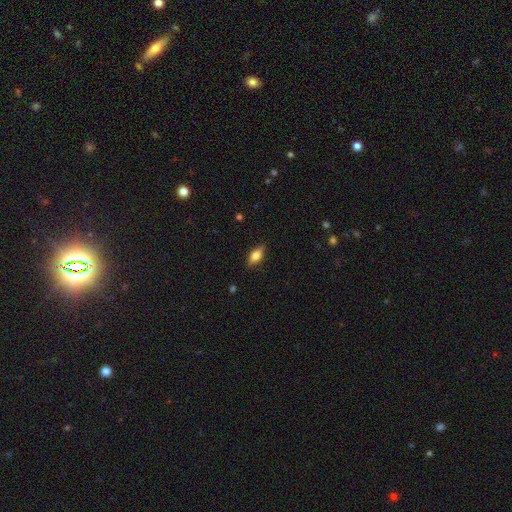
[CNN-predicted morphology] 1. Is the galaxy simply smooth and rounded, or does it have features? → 64% smooth, 28% featured or disk, 8% star or artifact.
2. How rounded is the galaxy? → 79% in between, 16% cigar-shaped, 5% round.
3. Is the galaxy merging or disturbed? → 85% none, 12% minor disturbance, 2% major disturbance, 1% merger.